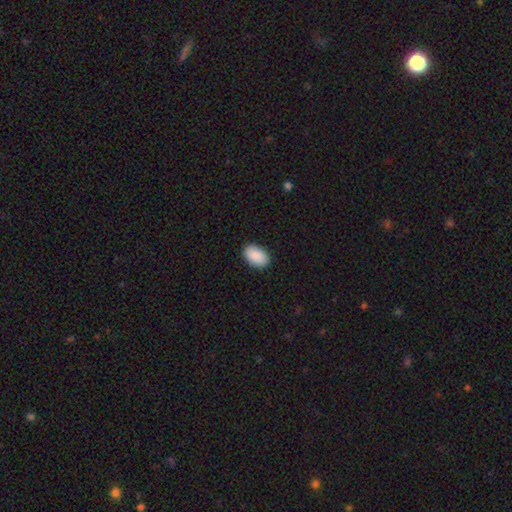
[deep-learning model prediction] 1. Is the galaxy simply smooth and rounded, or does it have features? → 91% smooth, 6% star or artifact, 3% featured or disk.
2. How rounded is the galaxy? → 93% in between, 6% round, 1% cigar-shaped.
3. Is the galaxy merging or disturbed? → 90% none, 7% minor disturbance, 2% major disturbance, 1% merger.